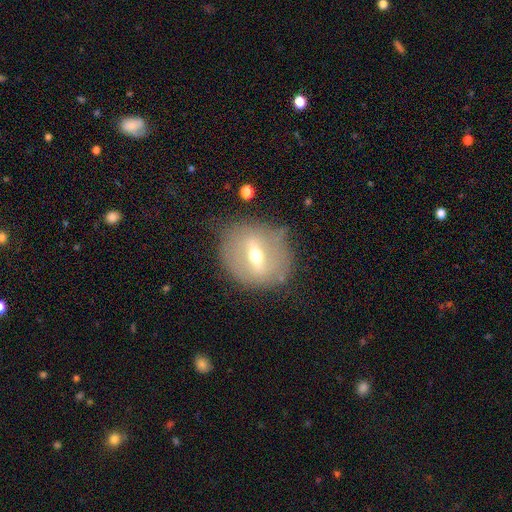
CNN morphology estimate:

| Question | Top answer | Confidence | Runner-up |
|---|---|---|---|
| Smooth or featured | featured or disk | 64% | smooth (28%) |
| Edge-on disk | no | 73% | yes (27%) |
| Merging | none | 74% | minor disturbance (16%) |